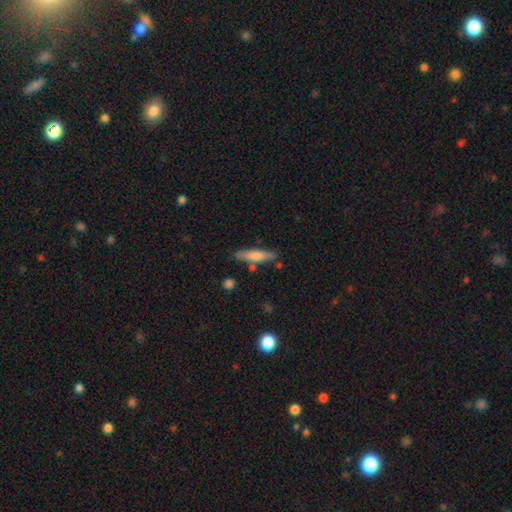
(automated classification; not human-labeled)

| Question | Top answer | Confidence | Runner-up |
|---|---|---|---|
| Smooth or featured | smooth | 72% | featured or disk (22%) |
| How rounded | cigar-shaped | 78% | in between (21%) |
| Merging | none | 80% | minor disturbance (12%) |